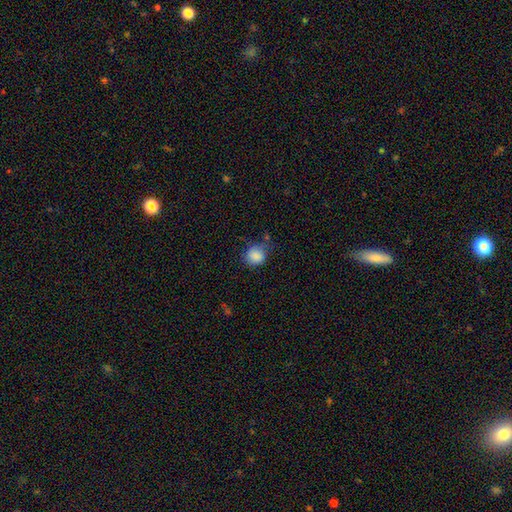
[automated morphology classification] Smooth or featured? Predicted: smooth (p=0.86). How rounded? Predicted: round (p=0.79). Merging? Predicted: none (p=0.62).